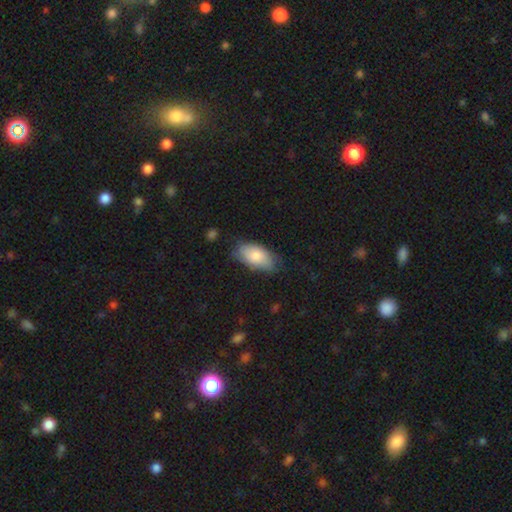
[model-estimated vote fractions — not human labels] The model was most divided on "merging": none: 69%, minor disturbance: 25%, major disturbance: 5%, merger: 1%. More confident: how rounded — in between (93%); smooth or featured — smooth (80%).